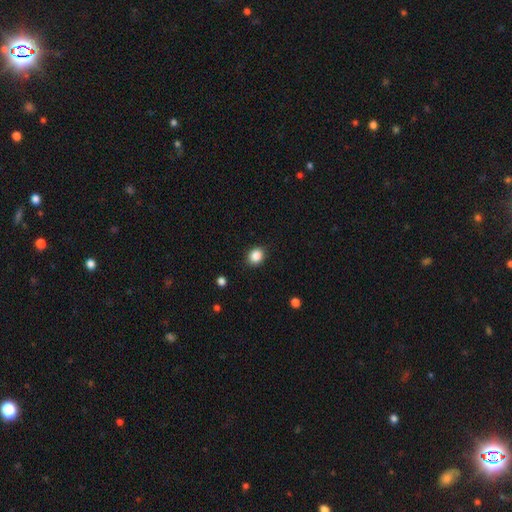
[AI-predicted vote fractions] Smooth or featured? smooth (87%)
How rounded? round (59%)
Merging? none (88%)